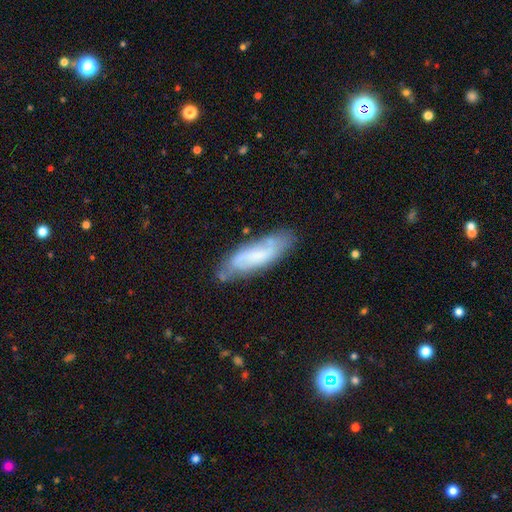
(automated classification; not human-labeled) Q: Smooth or featured?
A: featured or disk (51%); runner-up: smooth (41%)
Q: Edge-on disk?
A: no (80%); runner-up: yes (20%)
Q: Merging?
A: none (70%); runner-up: minor disturbance (21%)